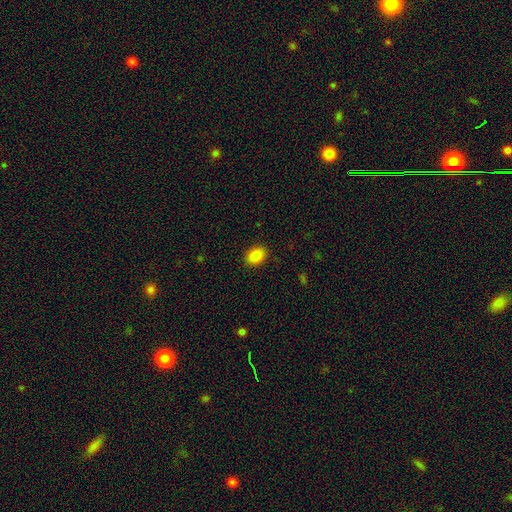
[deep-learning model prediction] Q: Smooth or featured?
A: smooth (87%); runner-up: star or artifact (9%)
Q: How rounded?
A: in between (75%); runner-up: round (24%)
Q: Merging?
A: none (89%); runner-up: minor disturbance (8%)